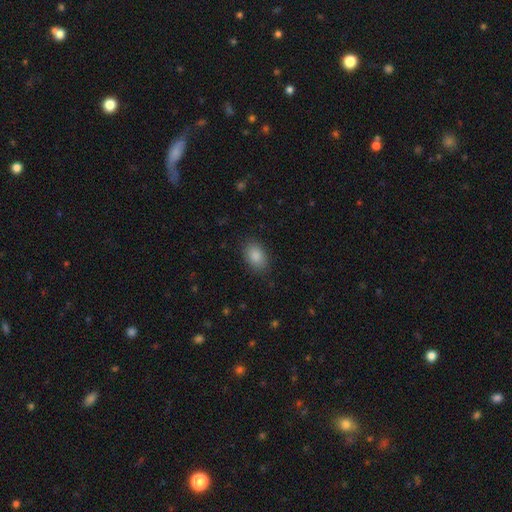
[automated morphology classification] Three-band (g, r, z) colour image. It shows a smooth galaxy with no disk features (87%) that is in between round and cigar-shaped (87%). Merging: none (85%).